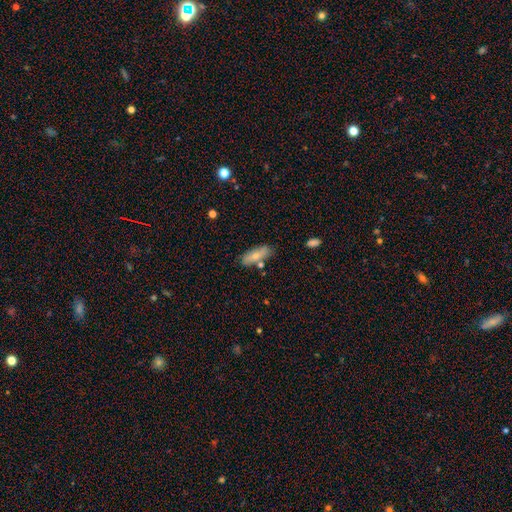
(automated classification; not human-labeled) The model was most divided on "how rounded": in between: 61%, cigar-shaped: 36%, round: 2%. More confident: merging — none (74%); smooth or featured — smooth (73%).